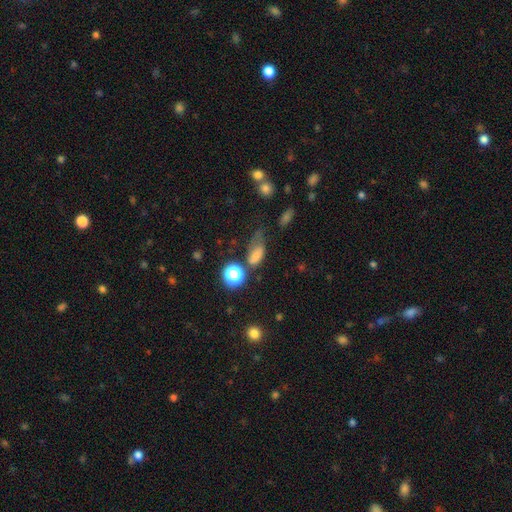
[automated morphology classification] This is likely a smooth galaxy (68%). How rounded: likely in between (75%). Merging: marginally none (33%).